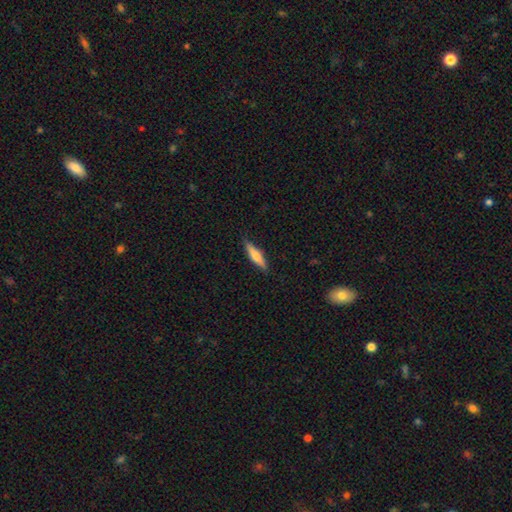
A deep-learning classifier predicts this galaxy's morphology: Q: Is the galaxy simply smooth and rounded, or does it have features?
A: smooth — 50%.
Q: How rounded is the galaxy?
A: cigar-shaped — 78%.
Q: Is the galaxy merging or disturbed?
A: none — 88%.